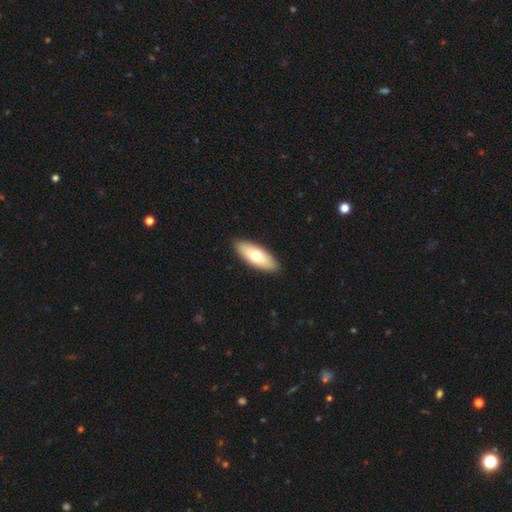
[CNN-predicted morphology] type=smooth (69%); roundness=in between (74%); merging=none (90%).